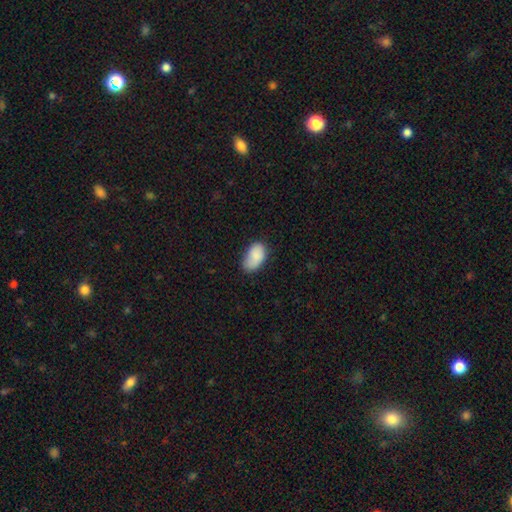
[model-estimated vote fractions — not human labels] smooth_or_featured: smooth (p=0.85) [alt: featured or disk p=0.08]
how_rounded: in between (p=0.92) [alt: round p=0.06]
merging: none (p=0.59) [alt: minor disturbance p=0.32]